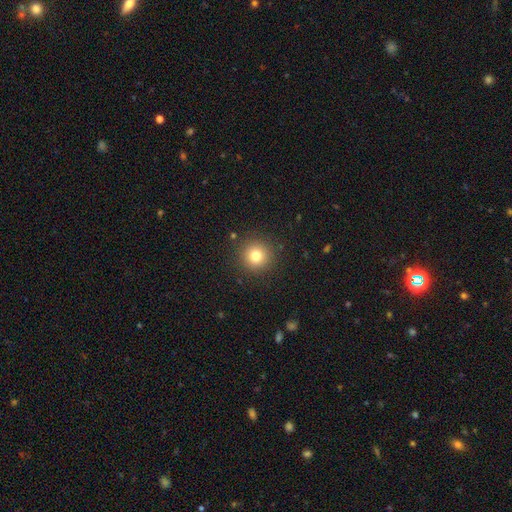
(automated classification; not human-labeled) smooth 79%, star or artifact 13%, featured or disk 8%. Down the decision tree: how rounded — round (95%); merging — none (90%).